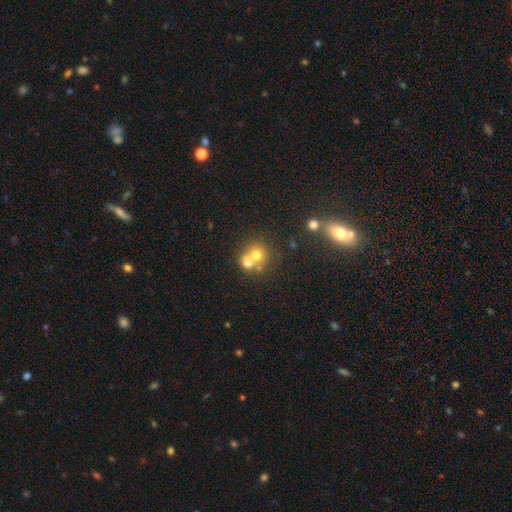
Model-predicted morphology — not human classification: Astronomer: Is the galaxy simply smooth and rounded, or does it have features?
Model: smooth — 65%.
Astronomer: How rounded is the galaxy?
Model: round — 80%.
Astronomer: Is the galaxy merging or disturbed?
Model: merger — 57% (runner-up: none, 33%).